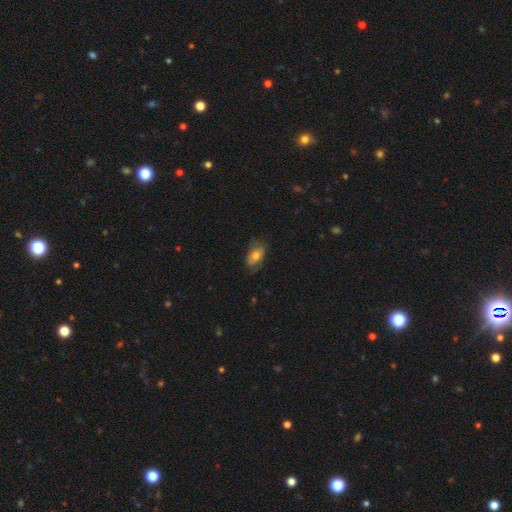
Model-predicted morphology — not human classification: Smooth or featured?
  - smooth: 70% *
  - featured or disk: 22%
  - star or artifact: 8%
How rounded?
  - in between: 89% *
  - round: 8%
  - cigar-shaped: 3%
Merging?
  - none: 71% *
  - minor disturbance: 22%
  - major disturbance: 6%
  - merger: 1%